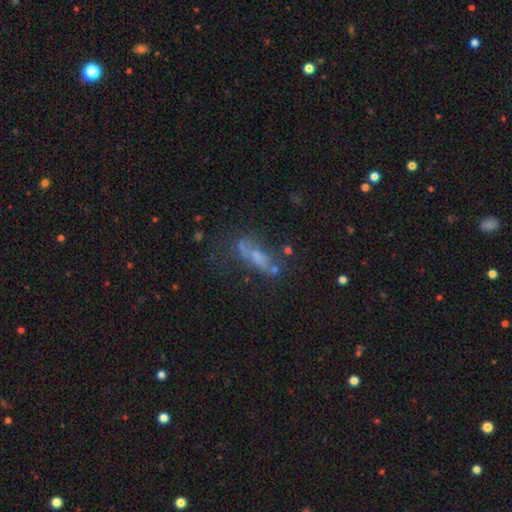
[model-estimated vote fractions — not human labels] Smooth or featured: smooth — 44% (featured or disk — 39%)
Merging: none — 38% (major disturbance — 23%)